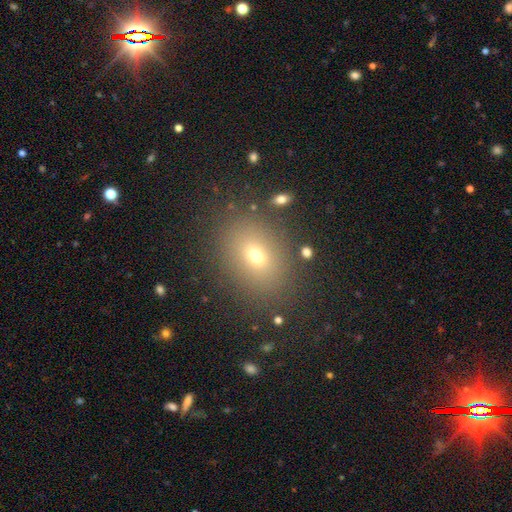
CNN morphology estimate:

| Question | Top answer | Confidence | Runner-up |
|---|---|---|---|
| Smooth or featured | smooth | 68% | star or artifact (20%) |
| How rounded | in between | 62% | round (37%) |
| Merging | none | 85% | minor disturbance (9%) |